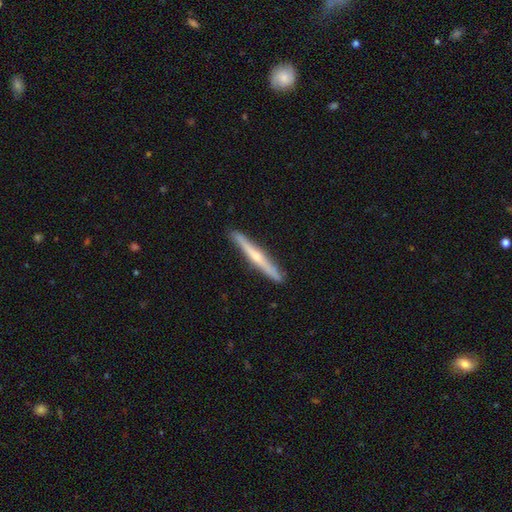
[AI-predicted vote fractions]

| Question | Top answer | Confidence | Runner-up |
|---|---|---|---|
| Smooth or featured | featured or disk | 63% | smooth (31%) |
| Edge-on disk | yes | 97% | no (3%) |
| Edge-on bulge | rounded | 72% | none (24%) |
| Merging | none | 91% | minor disturbance (6%) |